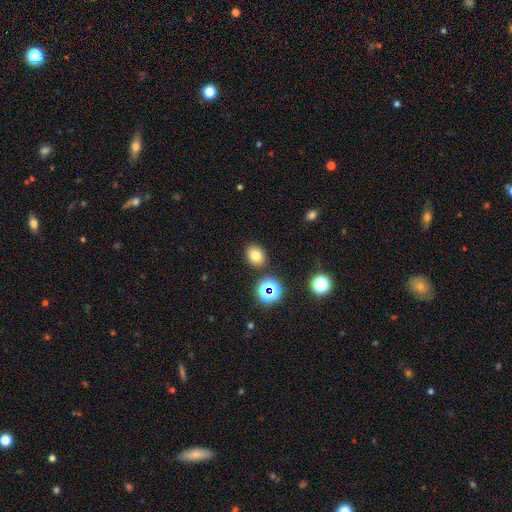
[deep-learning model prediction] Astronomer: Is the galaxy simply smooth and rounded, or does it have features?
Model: smooth — 73%.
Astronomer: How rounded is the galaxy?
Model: round — 52% (runner-up: in between, 47%).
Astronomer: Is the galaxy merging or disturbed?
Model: none — 85%.